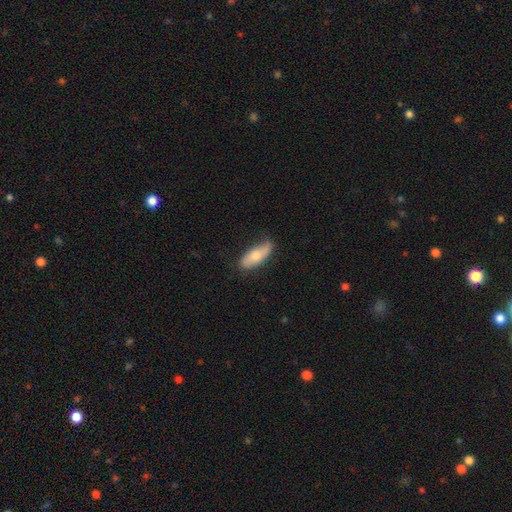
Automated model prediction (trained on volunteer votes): This is likely a smooth galaxy (65%). How rounded: likely in between (73%). Merging: likely none (66%).